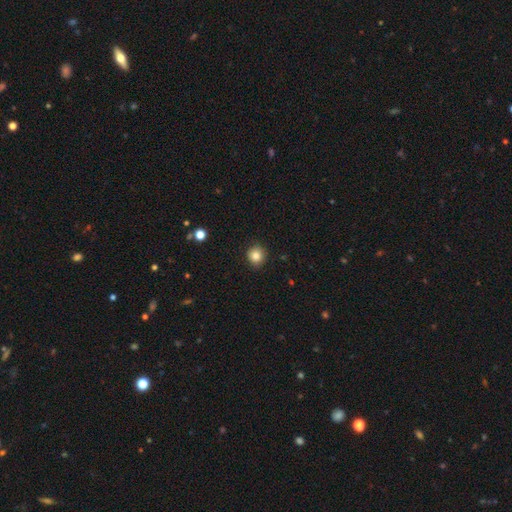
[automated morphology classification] Smooth or featured? smooth (84%)
How rounded? round (91%)
Merging? none (89%)